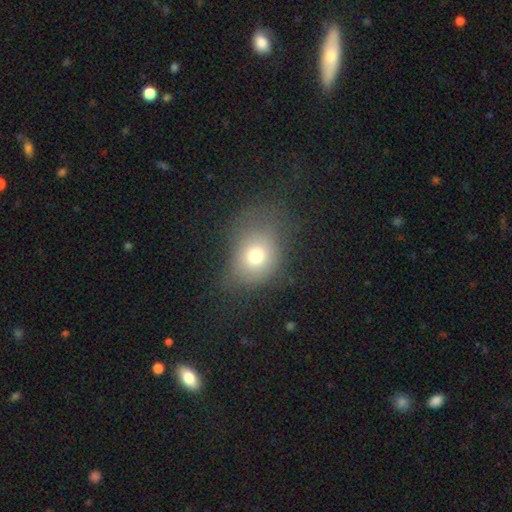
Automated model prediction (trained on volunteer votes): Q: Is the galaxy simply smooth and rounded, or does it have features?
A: smooth — 72%.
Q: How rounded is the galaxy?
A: in between — 54%.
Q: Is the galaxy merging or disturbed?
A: none — 54%.